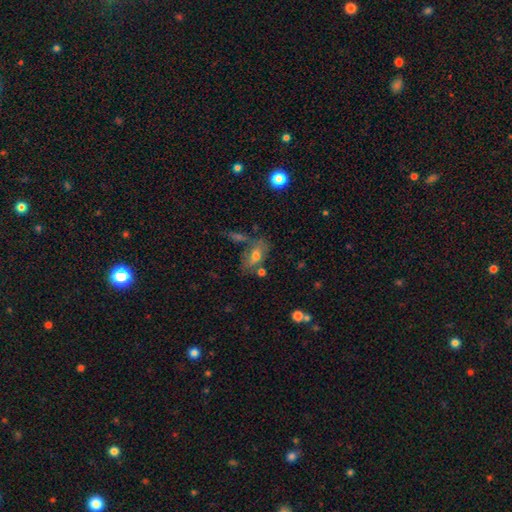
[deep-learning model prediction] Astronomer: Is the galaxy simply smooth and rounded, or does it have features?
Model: smooth — 63%.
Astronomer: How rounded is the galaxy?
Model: in between — 85%.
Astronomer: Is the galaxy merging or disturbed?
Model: none — 47% (runner-up: merger, 23%).